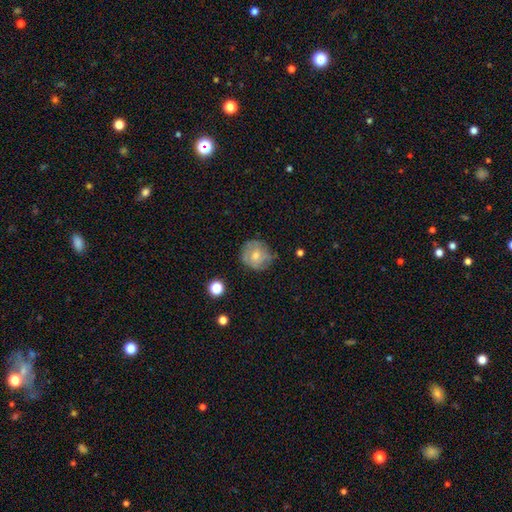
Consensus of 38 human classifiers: Q: Smooth or featured?
A: featured or disk (47%); runner-up: smooth (45%)
Q: Edge-on disk?
A: no (100%)
Q: Bar?
A: no (72%); runner-up: weak (28%)
Q: Spiral arms?
A: yes (50%); tied with: no (50%)
Q: Spiral winding?
A: tight (67%); runner-up: loose (22%)
Q: Spiral arm count?
A: can't tell (56%); runner-up: 2 (44%)
Q: Bulge size?
A: small (61%); runner-up: moderate (39%)
Q: Merging?
A: none (89%); runner-up: minor disturbance (9%)